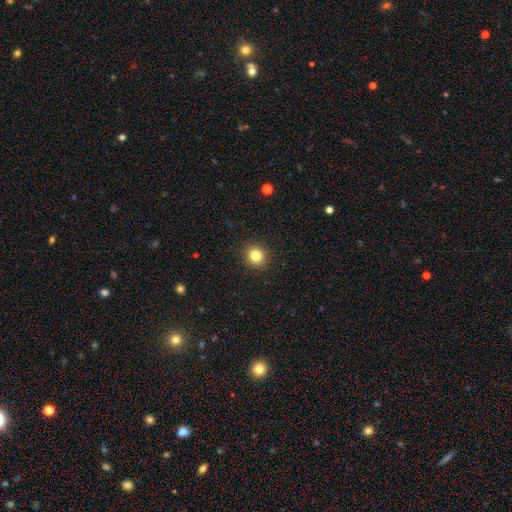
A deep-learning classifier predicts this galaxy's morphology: smooth 82%, star or artifact 12%, featured or disk 6%. Down the decision tree: how rounded — round (87%); merging — none (91%).